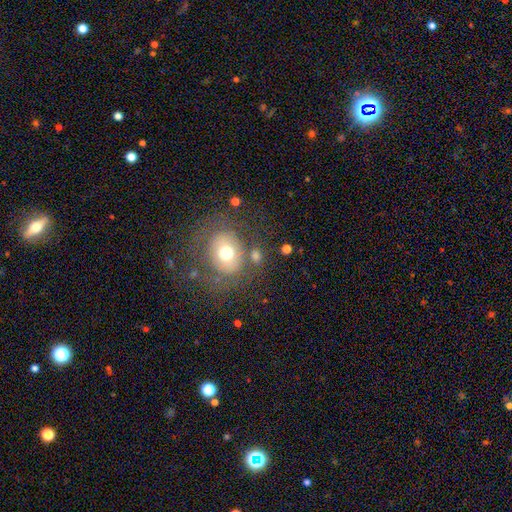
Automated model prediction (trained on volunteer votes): A smooth galaxy with no disk features (66%) that is round (70%). Merging: none (65%).